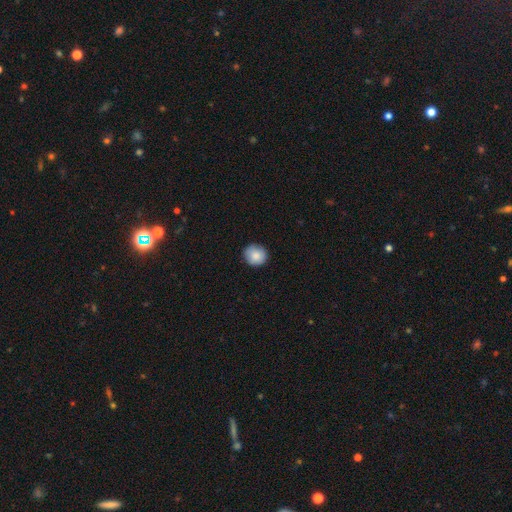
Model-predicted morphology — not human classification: A smooth galaxy with no disk features (86%) that is round (86%). Merging: none (87%).